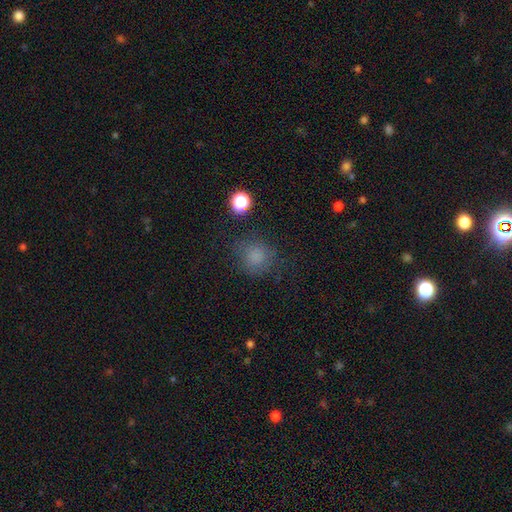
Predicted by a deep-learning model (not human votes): Smooth or featured?
  - smooth: 77% *
  - star or artifact: 16%
  - featured or disk: 7%
How rounded?
  - round: 85% *
  - in between: 14%
  - cigar-shaped: 1%
Merging?
  - none: 73% *
  - minor disturbance: 16%
  - major disturbance: 8%
  - merger: 2%